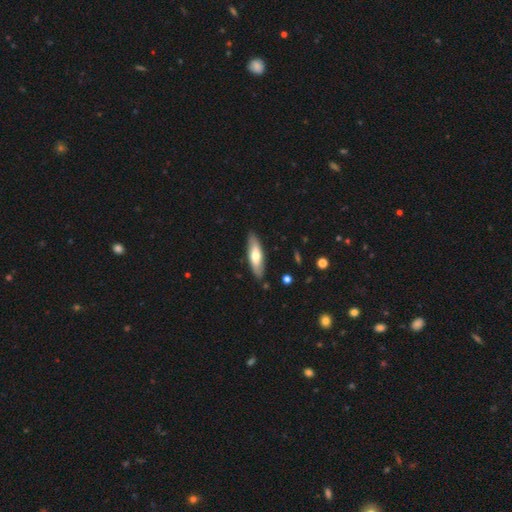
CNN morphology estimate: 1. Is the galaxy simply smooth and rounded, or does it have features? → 60% smooth, 35% featured or disk, 5% star or artifact.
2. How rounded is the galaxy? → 52% cigar-shaped, 46% in between, 2% round.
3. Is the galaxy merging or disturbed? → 87% none, 10% minor disturbance, 2% major disturbance, 1% merger.